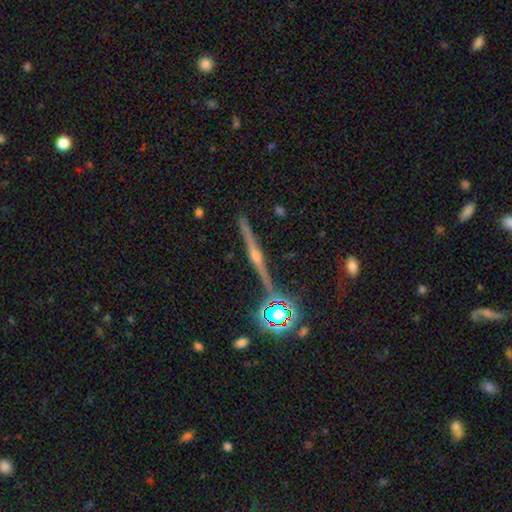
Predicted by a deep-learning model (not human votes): Overall: featured or disk (73%). Edge-on disk: yes (94%). Edge-on bulge: rounded (87%). Merging: none (80%).